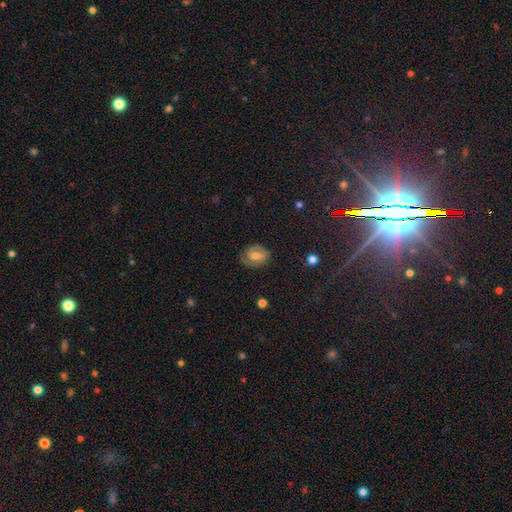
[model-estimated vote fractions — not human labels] Smooth or featured?
  - featured or disk: 59% *
  - smooth: 33%
  - star or artifact: 8%
Edge-on disk?
  - no: 97% *
  - yes: 3%
Bar?
  - weak: 48% *
  - no: 35%
  - strong: 17%
Spiral arms?
  - yes: 82% *
  - no: 18%
Bulge size?
  - moderate: 57% *
  - small: 36%
  - large: 4%
  - none: 3%
  - dominant: 1%
Merging?
  - none: 76% *
  - minor disturbance: 17%
  - major disturbance: 6%
  - merger: 1%